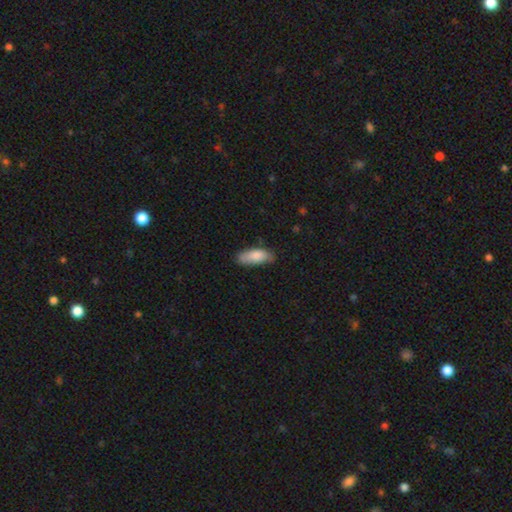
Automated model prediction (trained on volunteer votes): Q: Smooth or featured?
A: smooth (83%); runner-up: featured or disk (11%)
Q: How rounded?
A: in between (78%); runner-up: cigar-shaped (20%)
Q: Merging?
A: none (75%); runner-up: minor disturbance (21%)